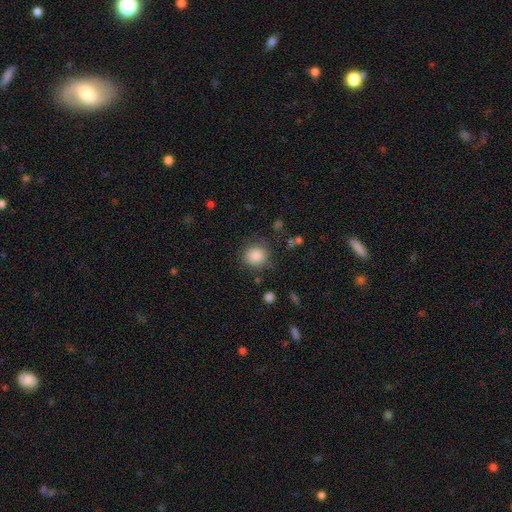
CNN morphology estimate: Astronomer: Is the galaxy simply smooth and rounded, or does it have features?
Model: smooth — 86%.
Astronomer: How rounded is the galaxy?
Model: round — 88%.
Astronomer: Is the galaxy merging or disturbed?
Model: none — 80%.